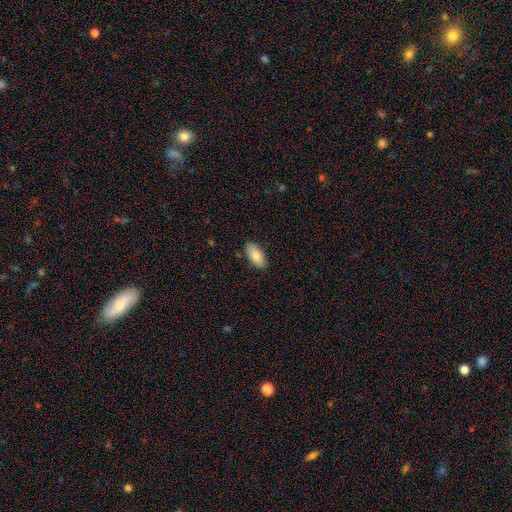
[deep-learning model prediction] The model was most divided on "merging": none: 85%, minor disturbance: 12%, major disturbance: 2%, merger: 1%. More confident: how rounded — in between (92%); smooth or featured — smooth (85%).